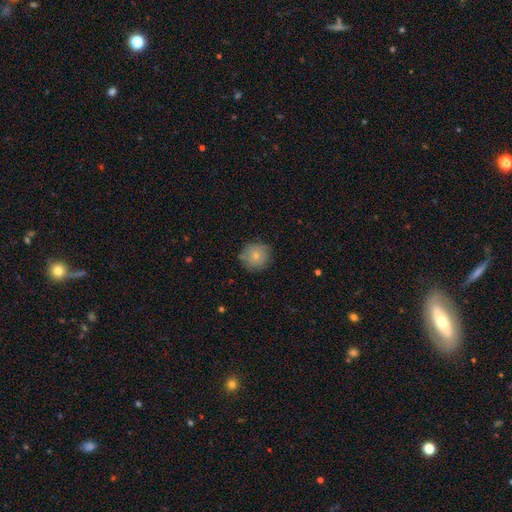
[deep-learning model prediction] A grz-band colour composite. It shows a smooth galaxy with no disk features (74%) that is round (93%). Merging: none (79%).